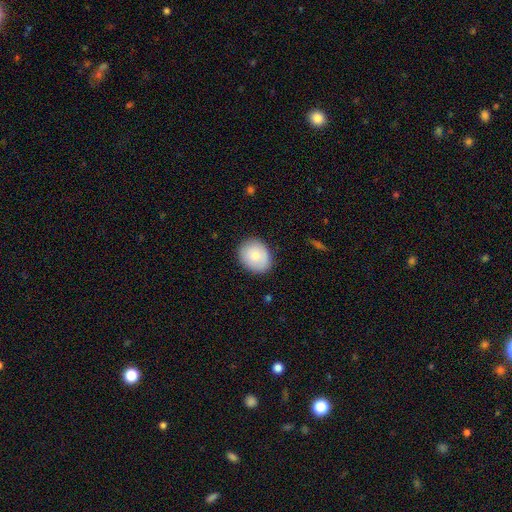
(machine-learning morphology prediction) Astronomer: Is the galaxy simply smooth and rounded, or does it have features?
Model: smooth — 81%.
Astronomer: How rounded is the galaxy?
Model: round — 53% (runner-up: in between, 46%).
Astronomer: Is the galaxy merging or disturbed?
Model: none — 85%.